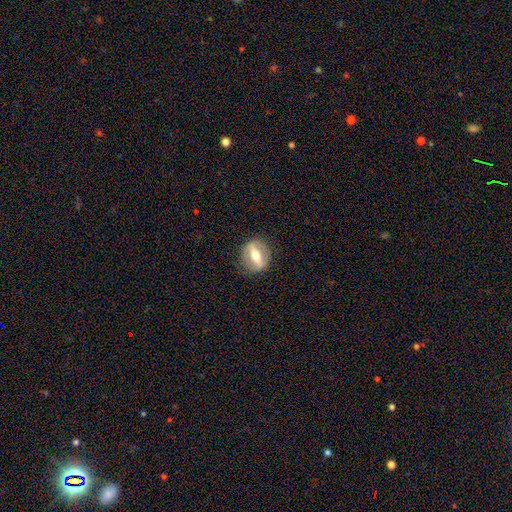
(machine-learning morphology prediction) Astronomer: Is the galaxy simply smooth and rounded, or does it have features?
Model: featured or disk — 68%.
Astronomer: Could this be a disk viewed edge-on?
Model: no — 61% (runner-up: yes, 39%).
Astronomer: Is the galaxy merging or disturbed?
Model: none — 85%.